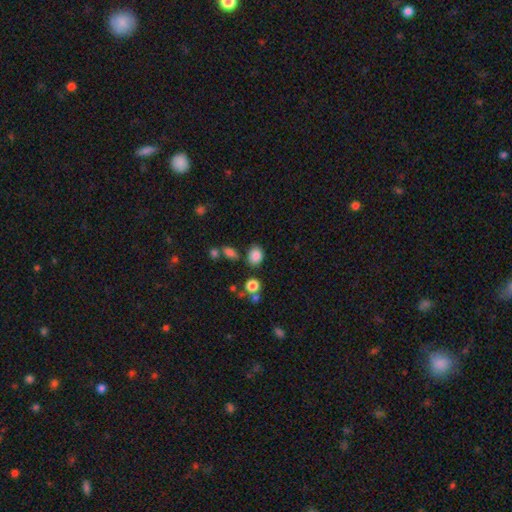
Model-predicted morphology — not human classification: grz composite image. It shows a smooth galaxy with no disk features (85%) that is in between round and cigar-shaped (53%). Merging: none (75%).